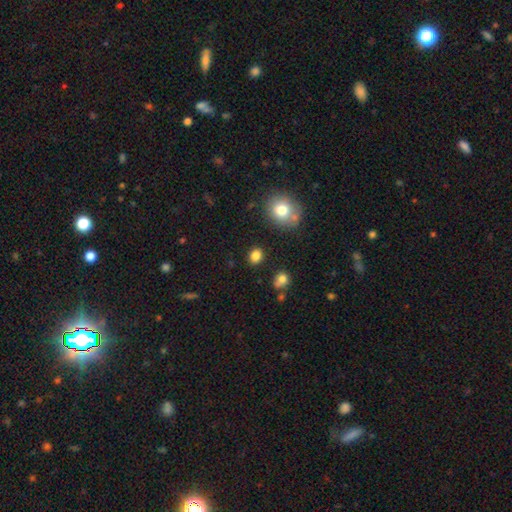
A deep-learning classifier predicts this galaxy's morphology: Q: Smooth or featured?
A: smooth (83%); runner-up: star or artifact (12%)
Q: How rounded?
A: round (56%); runner-up: in between (42%)
Q: Merging?
A: none (86%); runner-up: minor disturbance (8%)